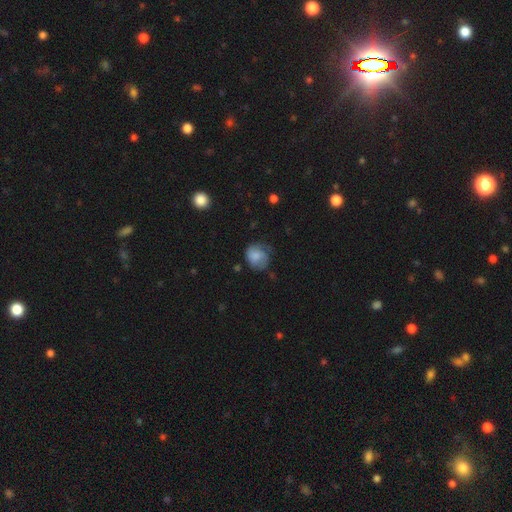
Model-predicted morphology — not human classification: smooth_or_featured: smooth (p=0.67) [alt: featured or disk p=0.25]
how_rounded: round (p=0.74) [alt: in between p=0.26]
merging: none (p=0.50) [alt: minor disturbance p=0.32]